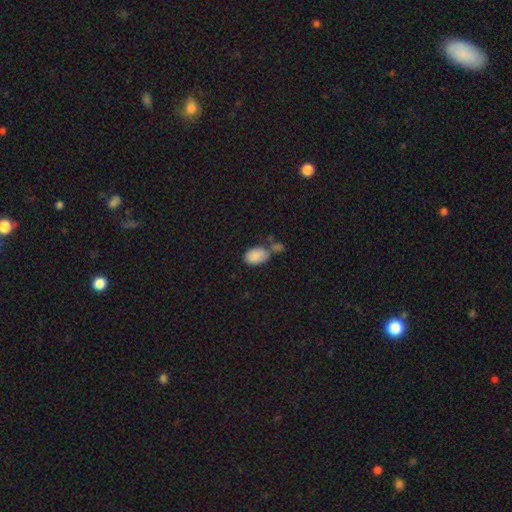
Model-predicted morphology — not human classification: A smooth galaxy with no disk features (87%) that is in between round and cigar-shaped (89%). Merging: none (42%).